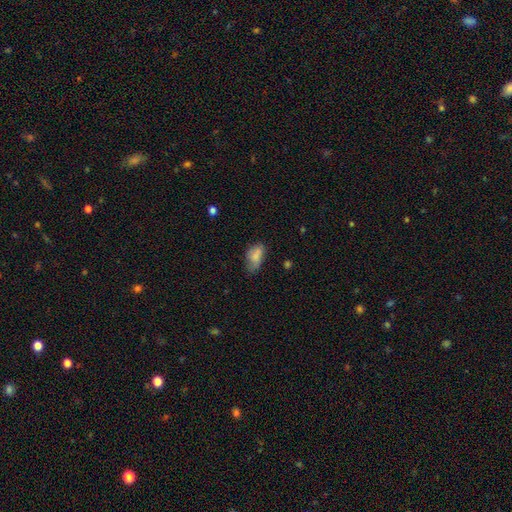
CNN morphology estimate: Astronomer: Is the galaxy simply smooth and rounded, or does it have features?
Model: smooth — 78%.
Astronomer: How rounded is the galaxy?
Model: in between — 90%.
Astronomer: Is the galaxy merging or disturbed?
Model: none — 47% (runner-up: minor disturbance, 36%).